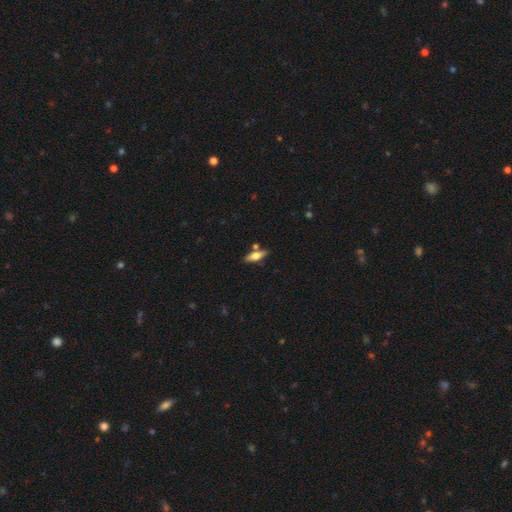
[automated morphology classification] This appears to be a smooth galaxy with no disk features (53%) that is in between round and cigar-shaped (53%). Merging: none (75%).